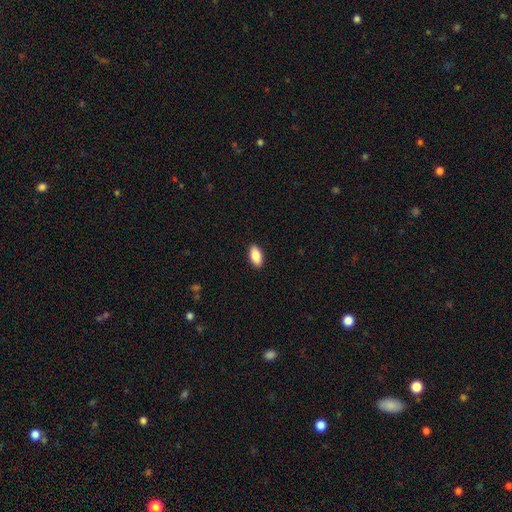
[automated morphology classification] Smooth or featured: smooth — 88% (star or artifact — 6%)
How rounded: in between — 91% (cigar-shaped — 6%)
Merging: none — 90% (minor disturbance — 7%)